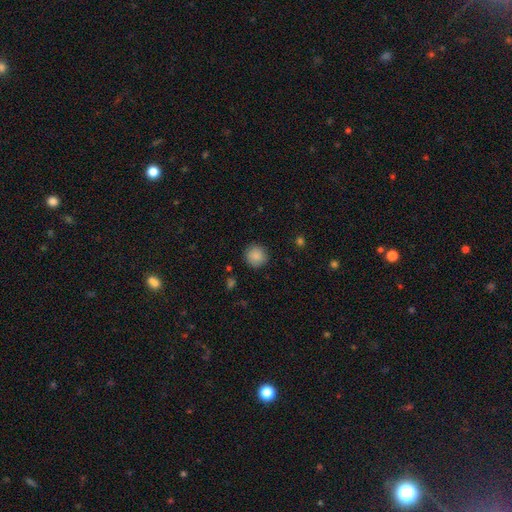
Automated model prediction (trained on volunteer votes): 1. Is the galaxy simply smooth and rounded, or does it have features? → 88% smooth, 8% star or artifact, 4% featured or disk.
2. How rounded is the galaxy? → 93% round, 7% in between, 1% cigar-shaped.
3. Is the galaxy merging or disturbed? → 88% none, 8% minor disturbance, 3% major disturbance, 1% merger.